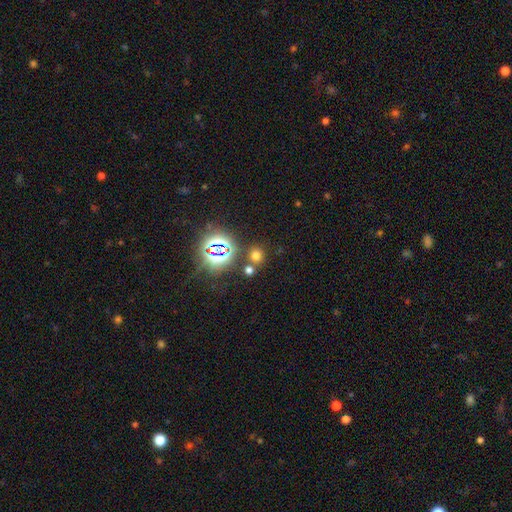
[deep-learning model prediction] smooth 61%, star or artifact 33%, featured or disk 7%. Down the decision tree: how rounded — round (83%); merging — none (76%).